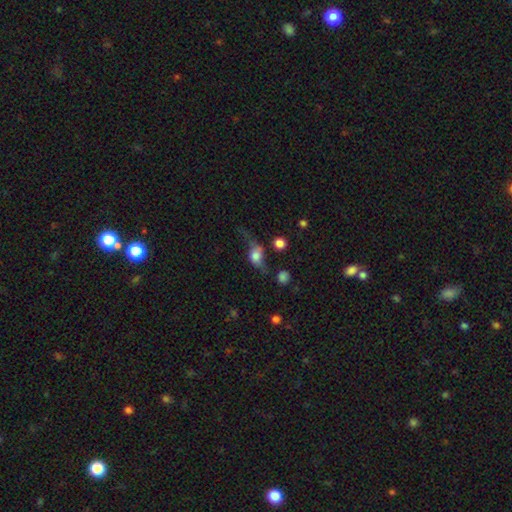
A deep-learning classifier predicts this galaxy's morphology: This appears to be a smooth galaxy with no disk features (50%). Merging: none (36%).